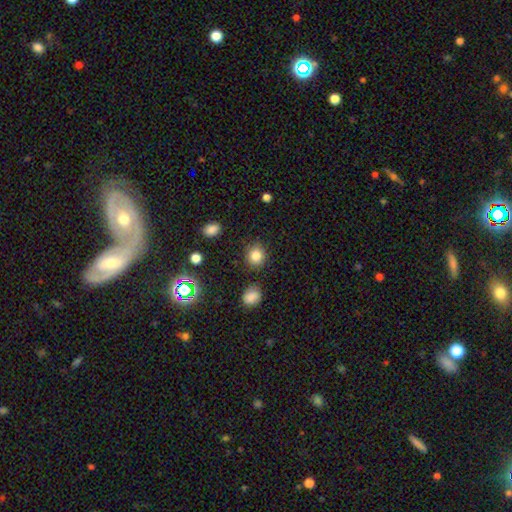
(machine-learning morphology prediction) type=smooth (83%); roundness=round (81%); merging=none (85%).